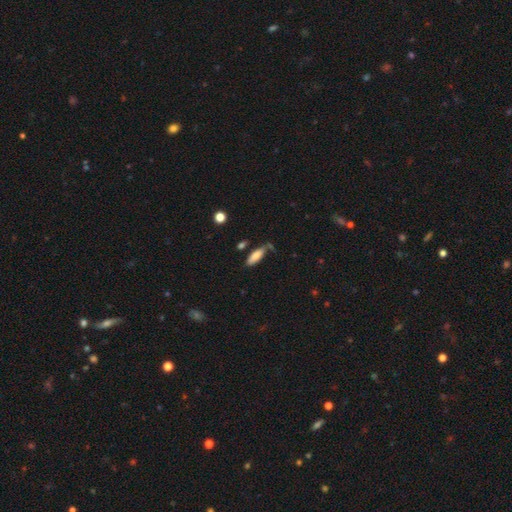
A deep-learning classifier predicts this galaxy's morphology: smooth 80%, featured or disk 13%, star or artifact 7%. Down the decision tree: how rounded — in between (60%); merging — none (62%).